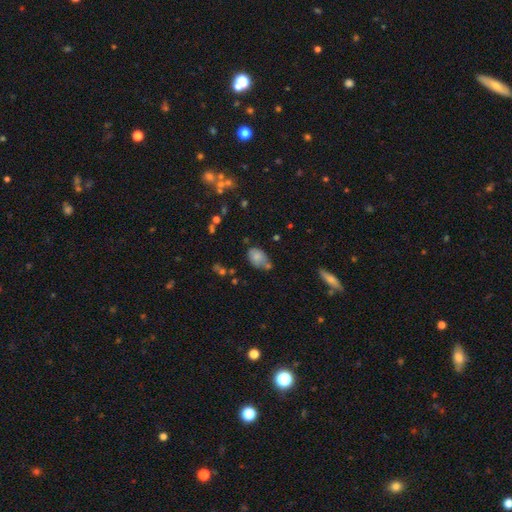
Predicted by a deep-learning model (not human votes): Smooth or featured? star or artifact (39%)